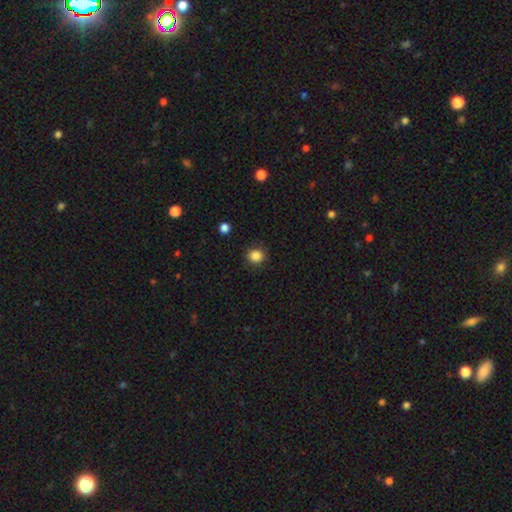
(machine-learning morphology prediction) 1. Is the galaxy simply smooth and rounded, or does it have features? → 86% smooth, 11% star or artifact, 3% featured or disk.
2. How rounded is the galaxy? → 86% round, 13% in between, 1% cigar-shaped.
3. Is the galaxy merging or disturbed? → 89% none, 8% minor disturbance, 2% major disturbance, 1% merger.